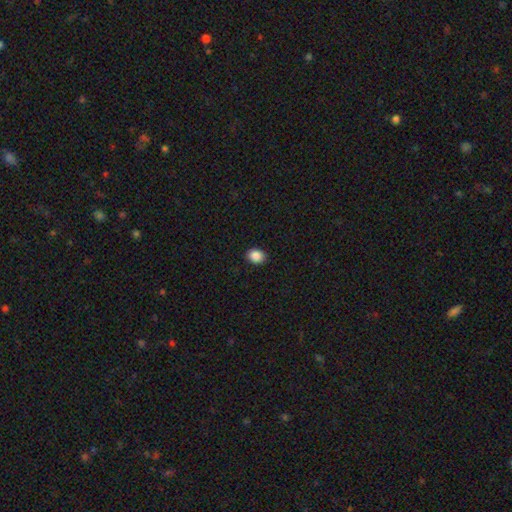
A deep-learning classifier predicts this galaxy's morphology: The model was most divided on "how rounded": in between: 54%, round: 45%, cigar-shaped: 1%. More confident: merging — none (91%); smooth or featured — smooth (88%).